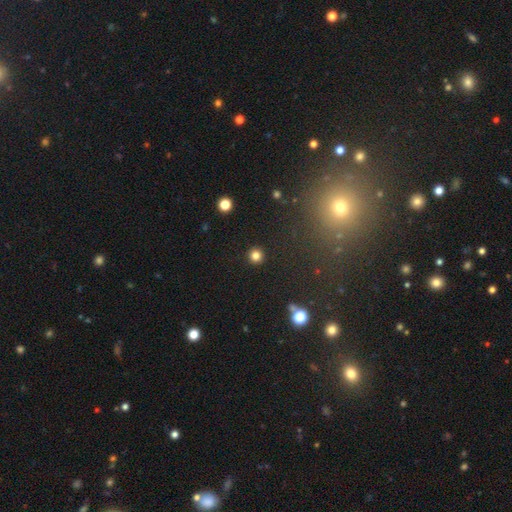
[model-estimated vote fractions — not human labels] smooth-or-featured: smooth: 81% | star or artifact: 14% | featured or disk: 5%
  how-rounded: round: 95% | in between: 4% | cigar-shaped: 1%
  merging: none: 93% | minor disturbance: 4% | major disturbance: 2% | merger: 1%